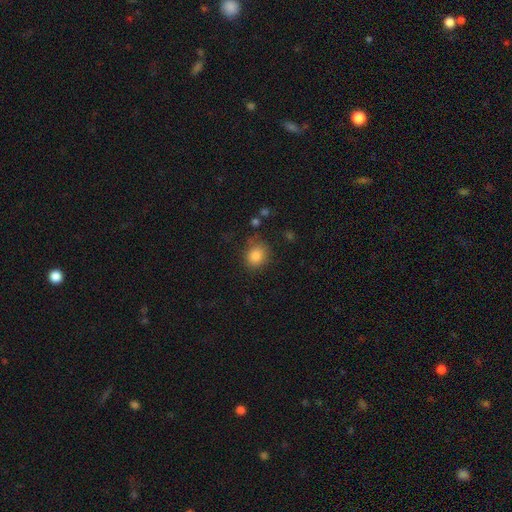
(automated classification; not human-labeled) Smooth or featured?
  - smooth: 85% *
  - star or artifact: 10%
  - featured or disk: 5%
How rounded?
  - round: 69% *
  - in between: 30%
  - cigar-shaped: 1%
Merging?
  - none: 76% *
  - minor disturbance: 16%
  - major disturbance: 5%
  - merger: 3%